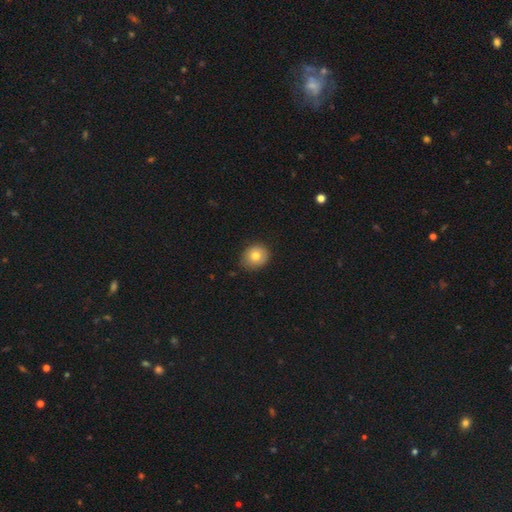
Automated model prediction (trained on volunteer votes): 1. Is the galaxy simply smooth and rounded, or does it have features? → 76% smooth, 14% featured or disk, 10% star or artifact.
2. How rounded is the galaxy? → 73% round, 26% in between, 1% cigar-shaped.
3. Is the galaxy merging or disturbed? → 79% none, 17% minor disturbance, 3% major disturbance, 1% merger.